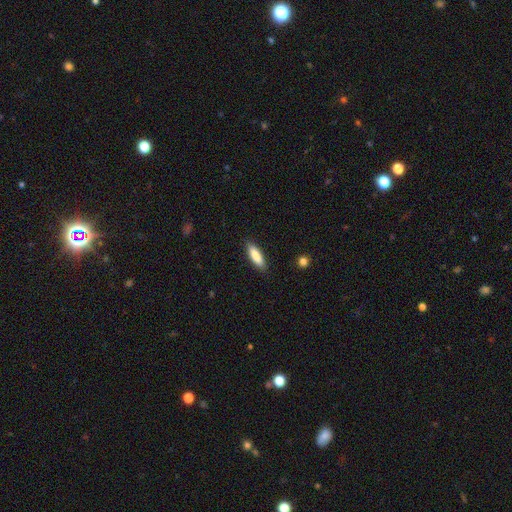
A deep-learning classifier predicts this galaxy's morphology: smooth-or-featured: smooth: 84% | featured or disk: 11% | star or artifact: 6%
  how-rounded: cigar-shaped: 52% | in between: 46% | round: 2%
  merging: none: 88% | minor disturbance: 9% | major disturbance: 2% | merger: 1%